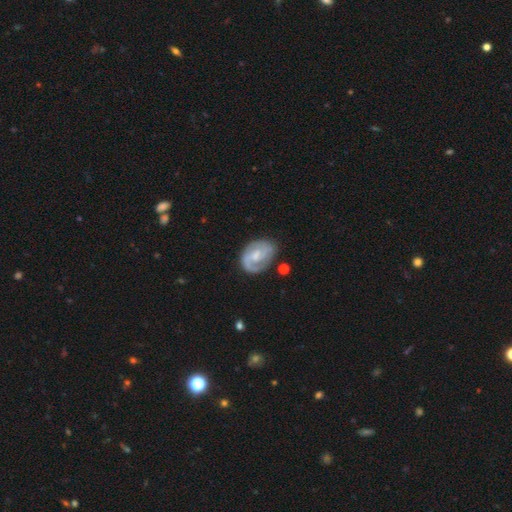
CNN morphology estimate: Smooth or featured?
  - featured or disk: 73% *
  - smooth: 21%
  - star or artifact: 5%
Edge-on disk?
  - no: 97% *
  - yes: 3%
Bar?
  - weak: 49% *
  - no: 42%
  - strong: 9%
Spiral arms?
  - yes: 89% *
  - no: 11%
Spiral winding?
  - tight: 41% * (tied)
  - medium: 41% * (tied)
  - loose: 18%
Spiral arm count?
  - 2: 55% *
  - 1: 25%
  - can't tell: 14%
  - 3: 4%
  - 4: 1%
  - more than 4: 1%
Bulge size?
  - small: 42% *
  - moderate: 39%
  - none: 14%
  - large: 4%
  - dominant: 1%
Merging?
  - none: 65% *
  - minor disturbance: 22%
  - major disturbance: 10%
  - merger: 3%